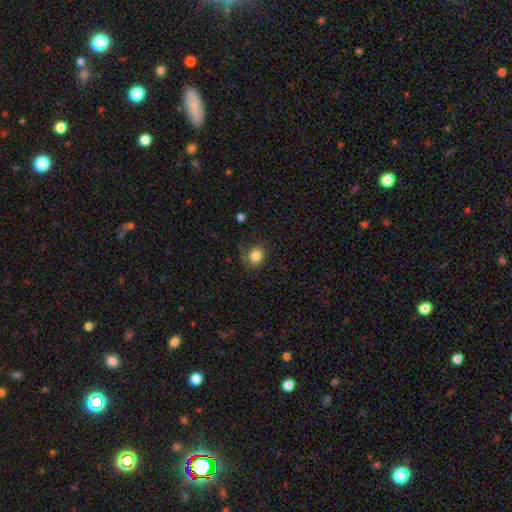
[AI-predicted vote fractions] Smooth or featured? smooth (83%)
How rounded? round (75%)
Merging? none (71%)